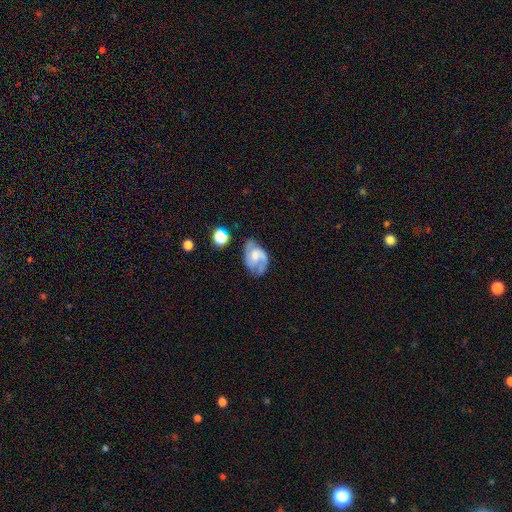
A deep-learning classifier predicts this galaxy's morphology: A featured or disk galaxy (70%) with no bar (55%), 2 (68%) medium (49%) spiral arms (91%) and a moderate central bulge (39%). Merging: none (56%).